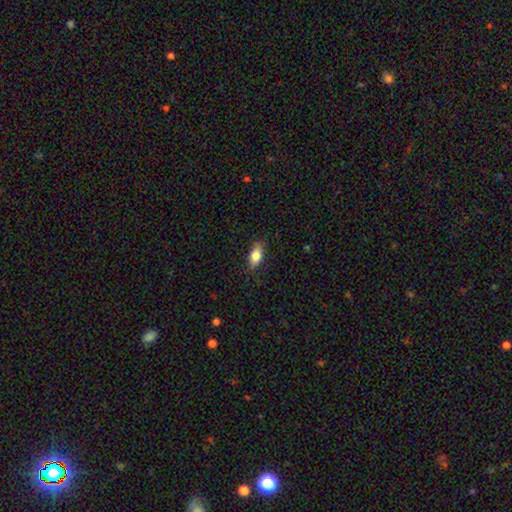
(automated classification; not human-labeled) Q: Smooth or featured?
A: smooth (79%); runner-up: featured or disk (14%)
Q: How rounded?
A: in between (84%); runner-up: cigar-shaped (11%)
Q: Merging?
A: none (83%); runner-up: minor disturbance (14%)